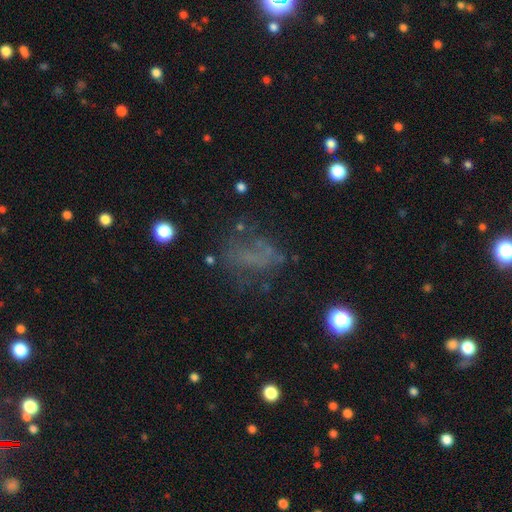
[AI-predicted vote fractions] Smooth or featured? Predicted: smooth (p=0.35). Merging? Predicted: none (p=0.50).